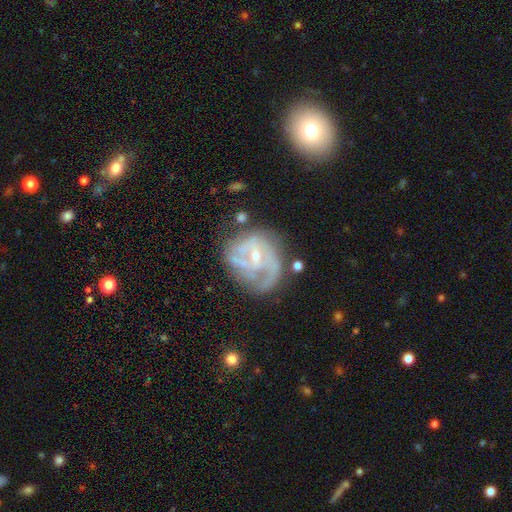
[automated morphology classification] A featured or disk galaxy (79%) with no bar (50%), tight (42%) spiral arms (82%) and a small central bulge (66%). Merging: none (46%).